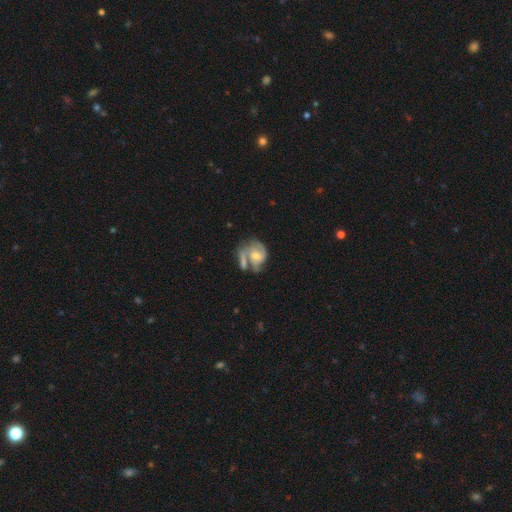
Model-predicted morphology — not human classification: Overall: featured or disk (76%). Edge-on disk: no (97%). Bar: no (62%; weak 31%). Spiral arms: yes (90%). Spiral arm count: 2 (65%). Spiral winding: medium (49%; tight 32%). Bulge size: moderate (56%; small 33%). Merging: none (35%; merger 32%).